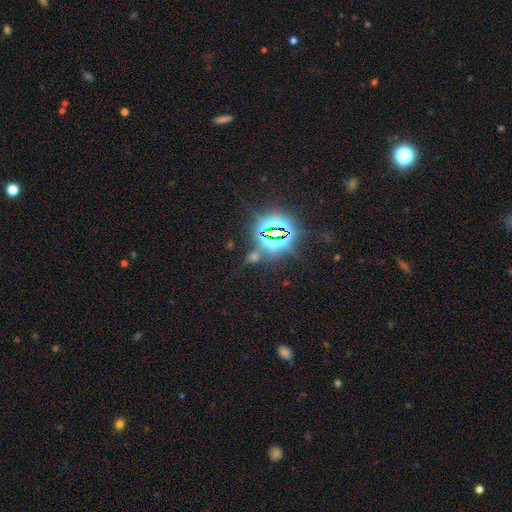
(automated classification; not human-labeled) This is clearly a star or artifact rather than a galaxy (81%).